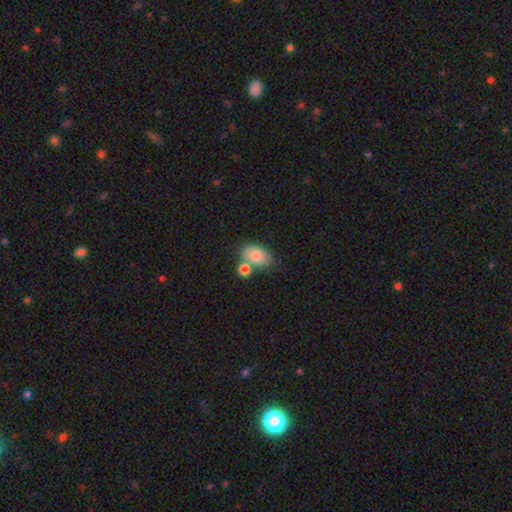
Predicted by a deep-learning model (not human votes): A smooth galaxy with no disk features (81%) that is in between round and cigar-shaped (87%). Merging: none (54%).